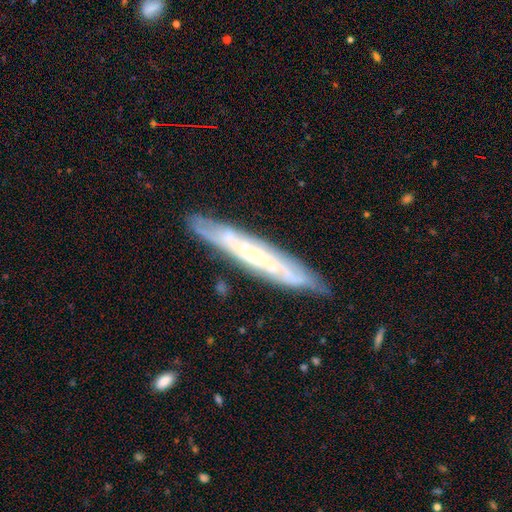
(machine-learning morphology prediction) This is likely a featured or disk galaxy (76%). It is possibly viewed edge-on (60%). Merging: clearly none (82%).